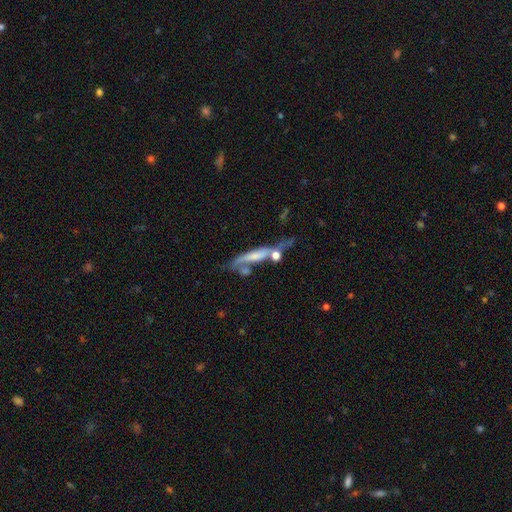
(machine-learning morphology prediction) A featured or disk galaxy (53%) viewed edge-on (61%). Merging: none (36%).